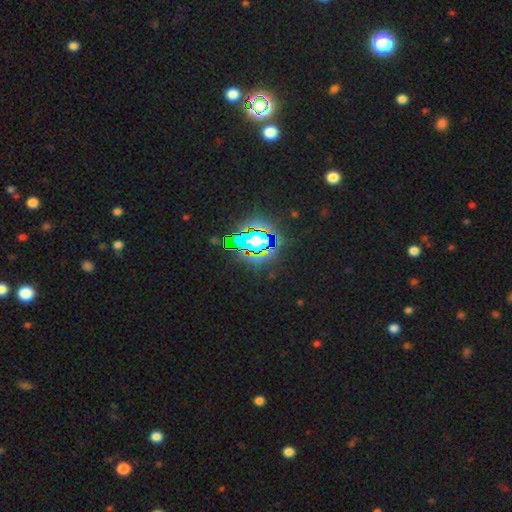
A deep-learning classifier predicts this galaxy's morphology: Q: Smooth or featured?
A: star or artifact (83%); runner-up: smooth (10%)